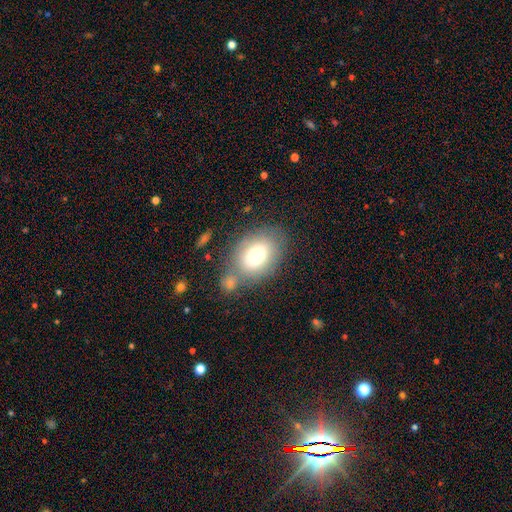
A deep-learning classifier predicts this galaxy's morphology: type=smooth (75%); roundness=in between (70%); merging=none (59%).